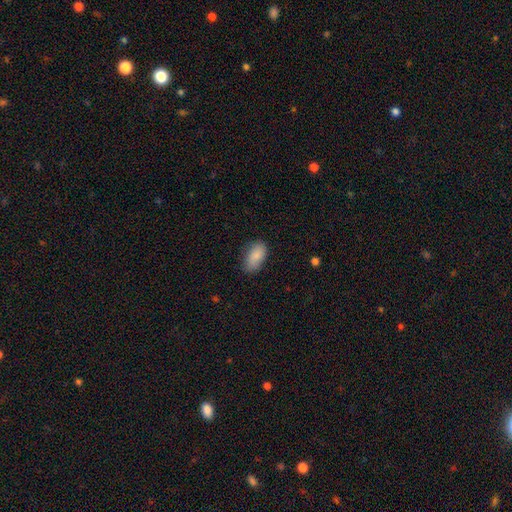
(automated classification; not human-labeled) Morphology: type=smooth (88%); roundness=in between (93%); merging=none (76%).